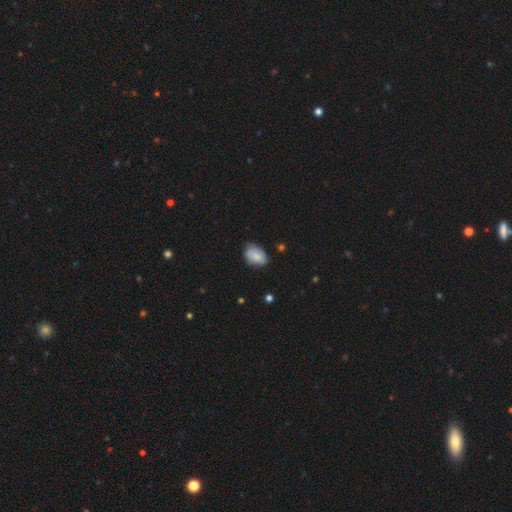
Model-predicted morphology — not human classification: Smooth or featured? smooth (82%)
How rounded? in between (87%)
Merging? none (67%)